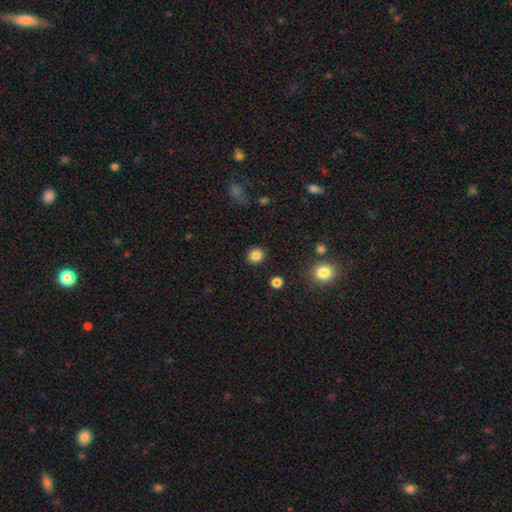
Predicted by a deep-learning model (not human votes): Overall: smooth (85%). How rounded: round (83%). Merging: none (90%).